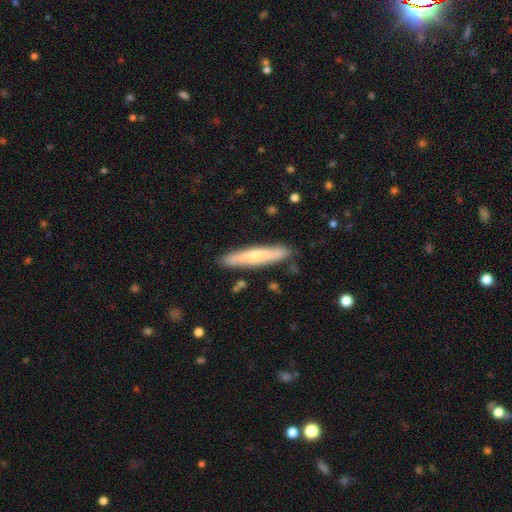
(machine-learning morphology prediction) Q: Smooth or featured?
A: smooth (54%); runner-up: featured or disk (41%)
Q: How rounded?
A: cigar-shaped (91%); runner-up: in between (8%)
Q: Merging?
A: none (86%); runner-up: minor disturbance (11%)